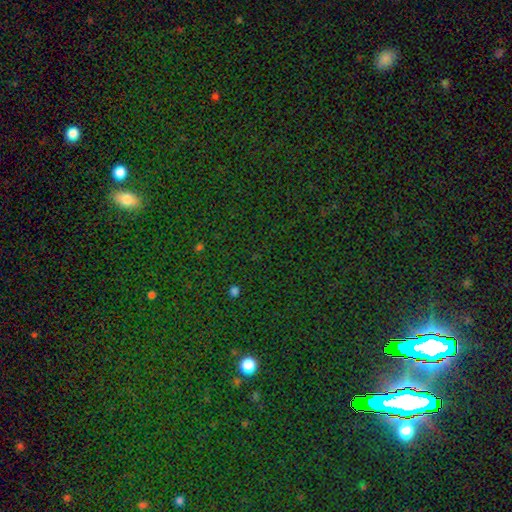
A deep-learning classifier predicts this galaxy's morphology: Overall: star or artifact (75%).